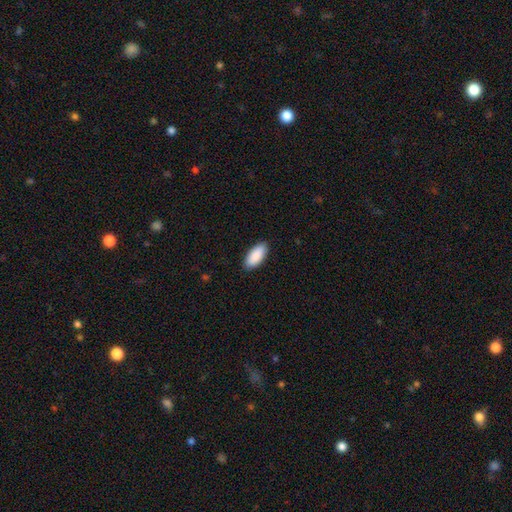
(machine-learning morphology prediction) A smooth galaxy with no disk features (90%) that is in between round and cigar-shaped (90%). Merging: none (89%).